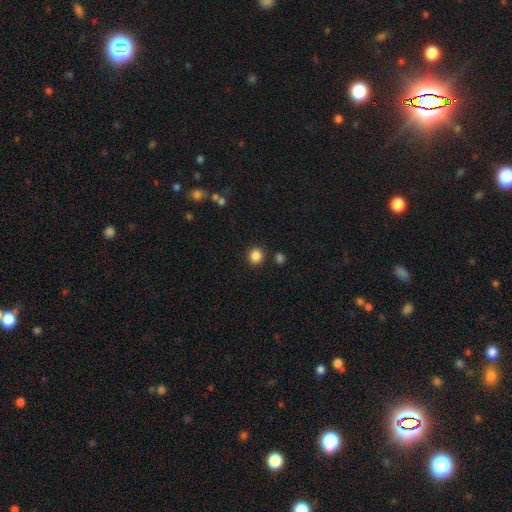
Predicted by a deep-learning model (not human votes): The model was most divided on "how rounded": round: 86%, in between: 13%, cigar-shaped: 1%. More confident: smooth or featured — smooth (87%); merging — none (85%).